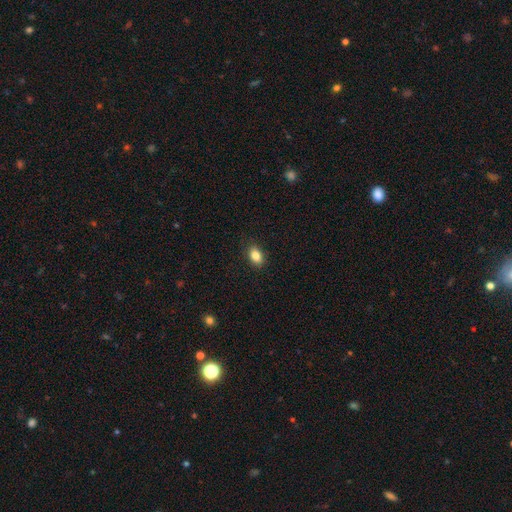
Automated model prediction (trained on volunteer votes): Smooth or featured: smooth — 85% (star or artifact — 9%)
How rounded: in between — 81% (round — 17%)
Merging: none — 88% (minor disturbance — 9%)